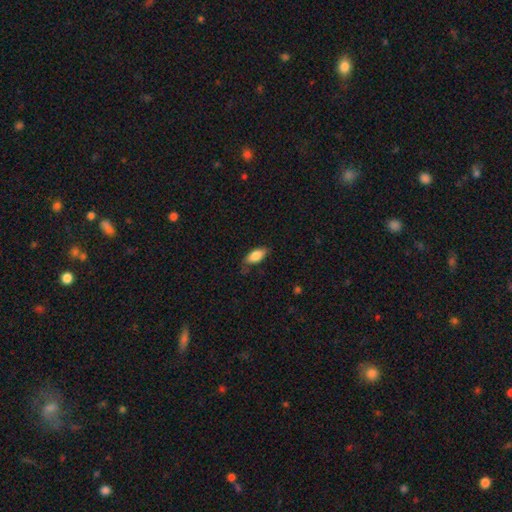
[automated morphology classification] Smooth or featured?
  - smooth: 83% *
  - featured or disk: 11%
  - star or artifact: 6%
How rounded?
  - in between: 86% *
  - cigar-shaped: 11%
  - round: 3%
Merging?
  - none: 72% *
  - minor disturbance: 22%
  - major disturbance: 5%
  - merger: 1%